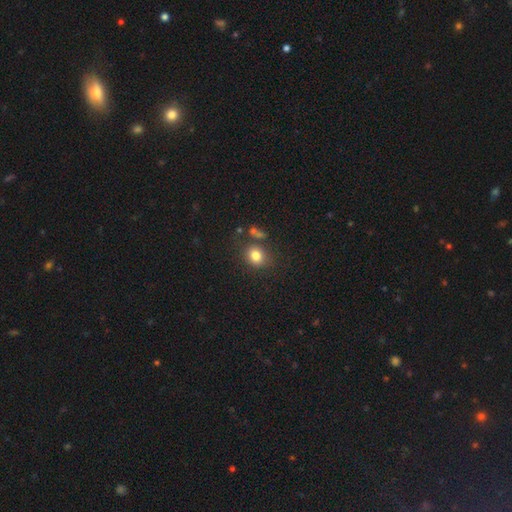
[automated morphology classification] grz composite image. It shows a smooth galaxy with no disk features (81%) that is round (61%). Merging: none (74%).